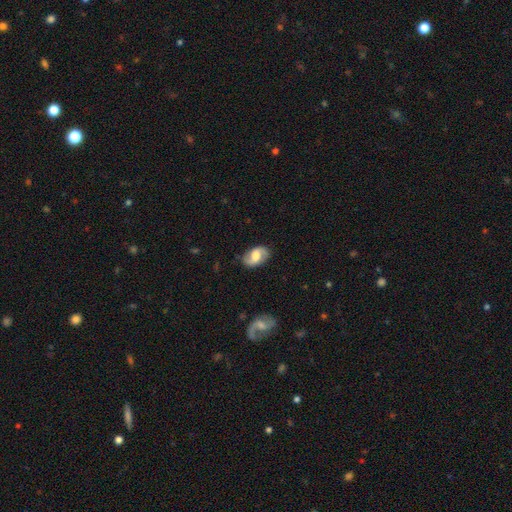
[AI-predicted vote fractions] smooth-or-featured: featured or disk: 65% | smooth: 28% | star or artifact: 7%
  disk-edge-on: no: 97% | yes: 3%
    bar: weak: 47% | no: 38% | strong: 15%
    has-spiral-arms: yes: 91% | no: 9%
      spiral-winding: medium: 43% | loose: 40% | tight: 17%
      spiral-arm-count: 2: 90% | can't tell: 4% | 1: 2% | 3: 1% | 4: 1% | more than 4: 1%
    bulge-size: moderate: 51% | large: 26% | small: 14% | none: 5% | dominant: 3%
  merging: none: 81% | minor disturbance: 14% | major disturbance: 4% | merger: 1%